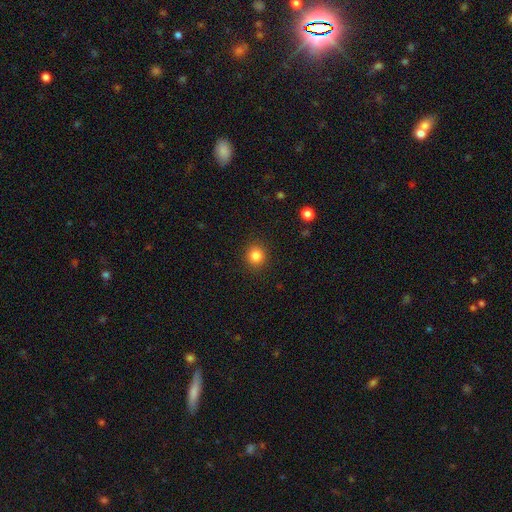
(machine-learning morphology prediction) The model was most divided on "smooth or featured": smooth: 84%, star or artifact: 11%, featured or disk: 5%. More confident: merging — none (91%); how rounded — round (89%).